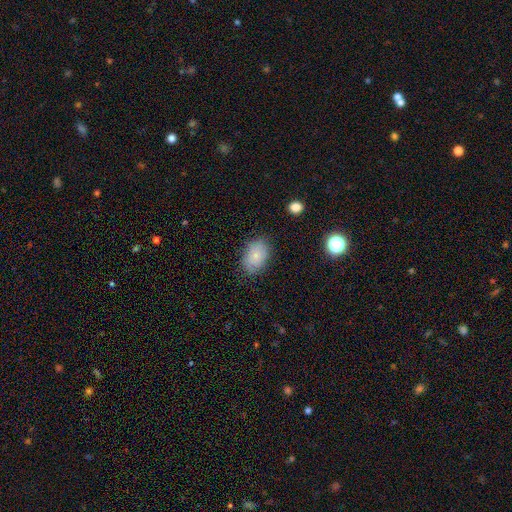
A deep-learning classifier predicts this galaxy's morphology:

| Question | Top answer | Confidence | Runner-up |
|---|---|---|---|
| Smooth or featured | smooth | 76% | featured or disk (15%) |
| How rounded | in between | 84% | round (15%) |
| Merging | none | 77% | minor disturbance (18%) |